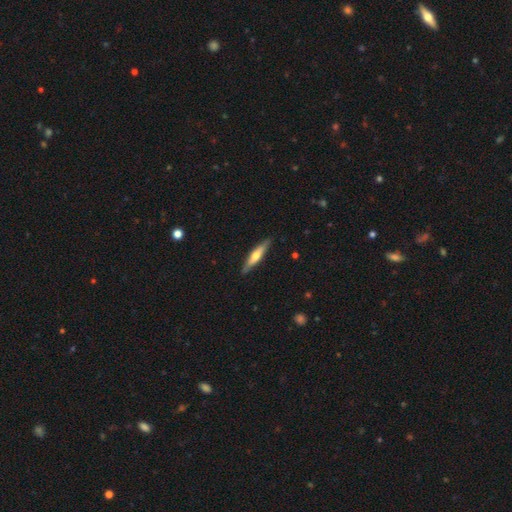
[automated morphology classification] Smooth or featured?
  - smooth: 49% *
  - featured or disk: 46%
  - star or artifact: 5%
Merging?
  - none: 87% *
  - minor disturbance: 10%
  - major disturbance: 2%
  - merger: 1%